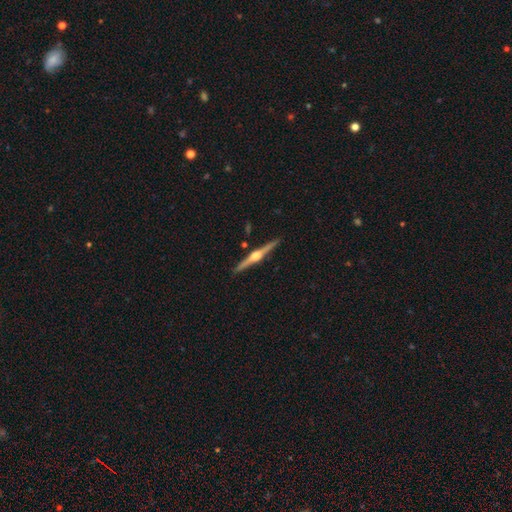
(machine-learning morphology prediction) A featured or disk galaxy (85%) viewed edge-on (99%) with a rounded central bulge (95%). Merging: none (91%).